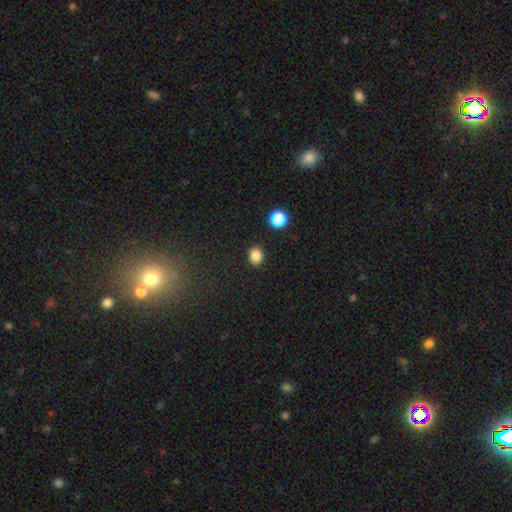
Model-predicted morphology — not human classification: This is clearly a smooth galaxy (85%). How rounded: likely round (65%). Merging: clearly none (89%).